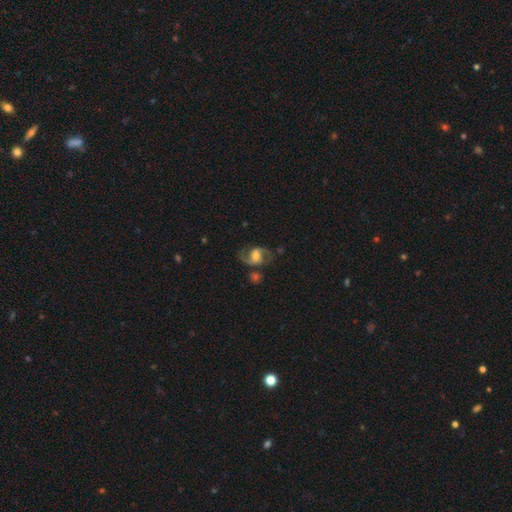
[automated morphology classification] Q: Smooth or featured?
A: featured or disk (84%); runner-up: smooth (10%)
Q: Edge-on disk?
A: no (97%); runner-up: yes (3%)
Q: Bar?
A: weak (44%); runner-up: no (37%)
Q: Spiral arms?
A: yes (95%); runner-up: no (5%)
Q: Spiral winding?
A: medium (49%); runner-up: loose (41%)
Q: Spiral arm count?
A: 2 (92%); runner-up: 1 (3%)
Q: Bulge size?
A: moderate (60%); runner-up: small (23%)
Q: Merging?
A: none (71%); runner-up: minor disturbance (15%)